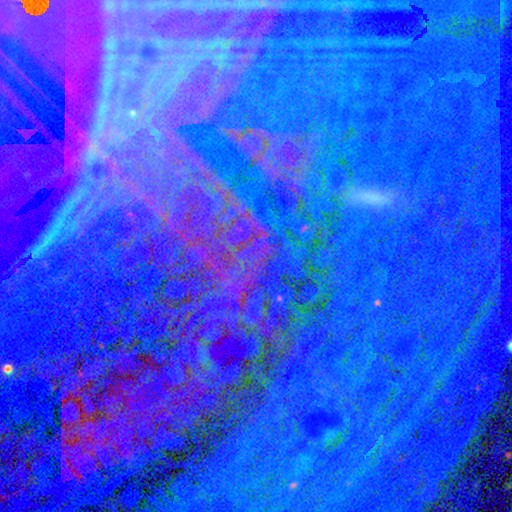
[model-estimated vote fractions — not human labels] Morphology: type=star or artifact (86%).